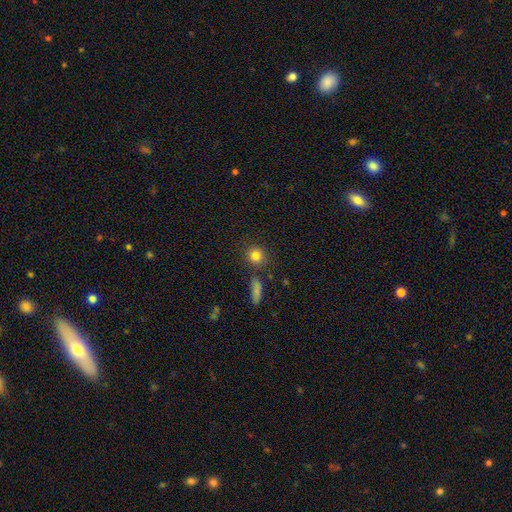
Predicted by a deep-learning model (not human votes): A smooth galaxy with no disk features (82%) that is round (88%). Merging: none (81%).